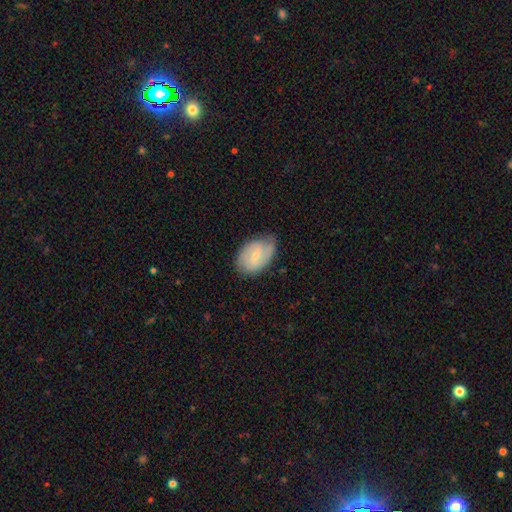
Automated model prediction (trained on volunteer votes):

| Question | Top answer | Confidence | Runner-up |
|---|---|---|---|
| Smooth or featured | featured or disk | 55% | smooth (39%) |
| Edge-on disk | no | 96% | yes (4%) |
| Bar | weak | 57% | no (27%) |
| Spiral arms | yes | 79% | no (21%) |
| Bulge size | small | 65% | moderate (31%) |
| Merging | none | 69% | minor disturbance (25%) |